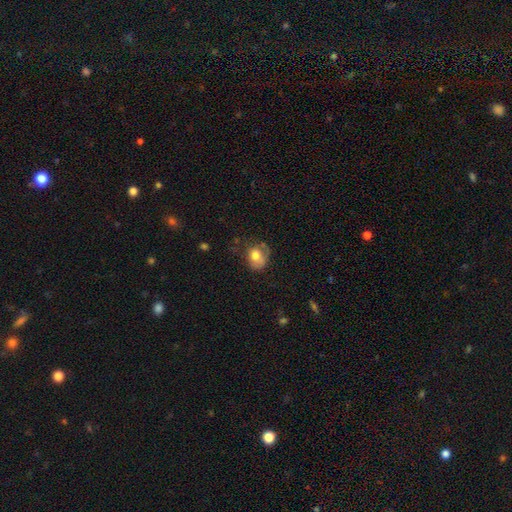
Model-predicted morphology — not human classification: smooth 71%, featured or disk 21%, star or artifact 8%. Down the decision tree: how rounded — round (54%); merging — none (41%).